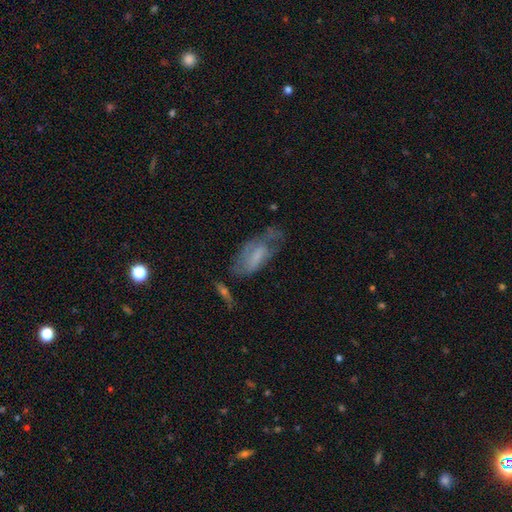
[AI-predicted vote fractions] Smooth or featured? Predicted: smooth (p=0.47). Merging? Predicted: none (p=0.36).